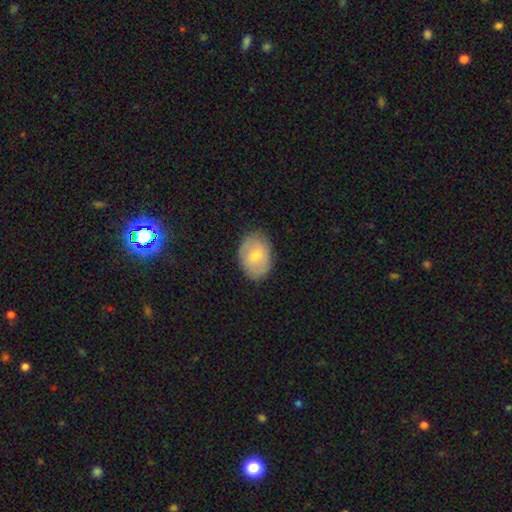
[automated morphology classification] Smooth or featured? smooth (66%)
How rounded? in between (78%)
Merging? none (84%)